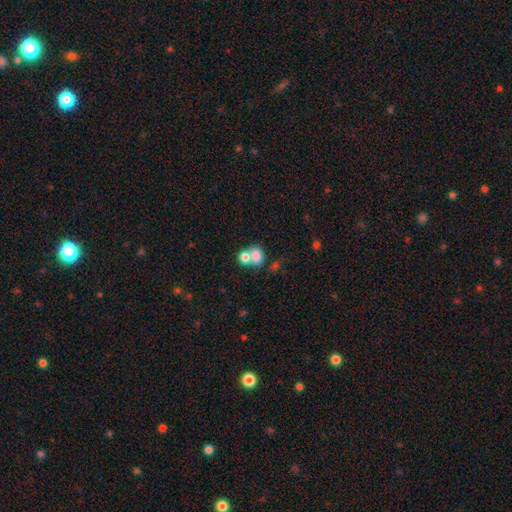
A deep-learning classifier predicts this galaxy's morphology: type=smooth (78%); roundness=in between (58%); merging=merger (59%).